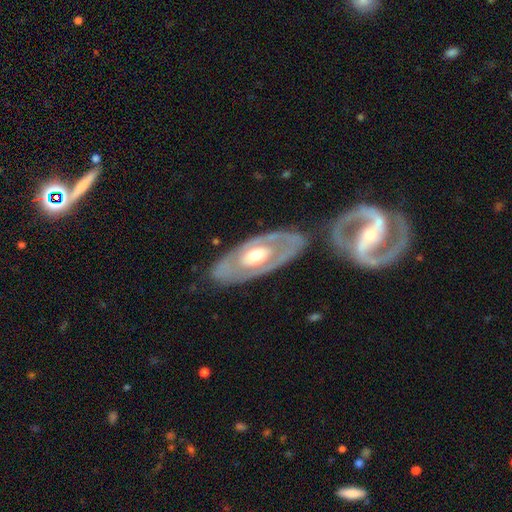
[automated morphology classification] Overall: featured or disk (71%). Edge-on disk: no (85%). Bar: no (78%). Spiral arms: no (69%; yes 31%). Bulge size: moderate (68%). Merging: none (76%).